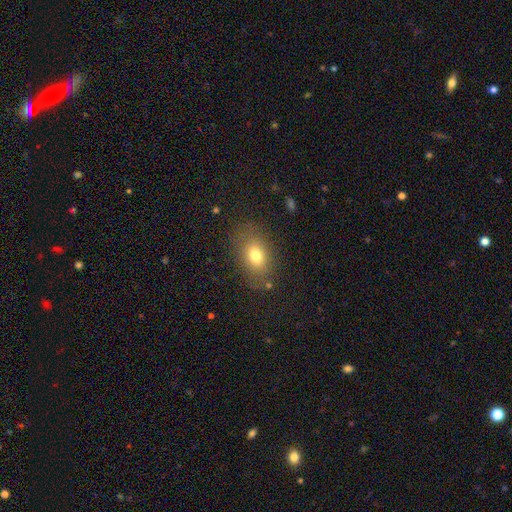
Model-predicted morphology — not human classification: smooth-or-featured: smooth: 75% | featured or disk: 14% | star or artifact: 12%
  how-rounded: in between: 79% | round: 20% | cigar-shaped: 2%
  merging: none: 79% | minor disturbance: 13% | major disturbance: 6% | merger: 2%